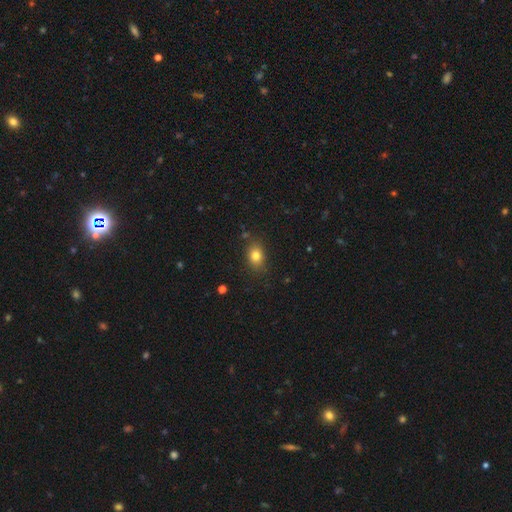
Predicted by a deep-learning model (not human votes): Q: Smooth or featured?
A: smooth (80%); runner-up: star or artifact (11%)
Q: How rounded?
A: in between (65%); runner-up: round (33%)
Q: Merging?
A: none (83%); runner-up: minor disturbance (12%)